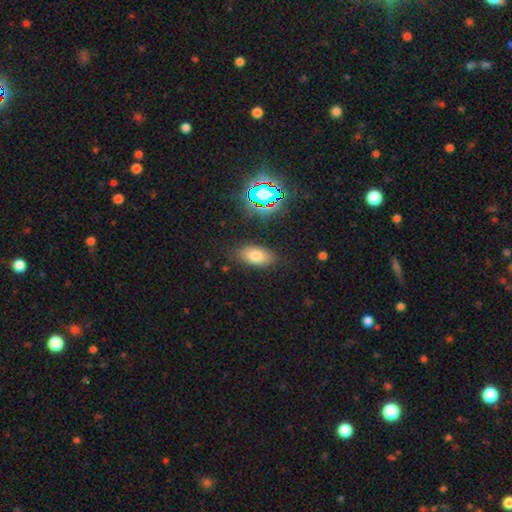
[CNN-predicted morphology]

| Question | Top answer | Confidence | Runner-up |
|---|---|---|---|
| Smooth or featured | smooth | 74% | star or artifact (15%) |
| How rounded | in between | 90% | round (6%) |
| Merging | none | 83% | minor disturbance (12%) |